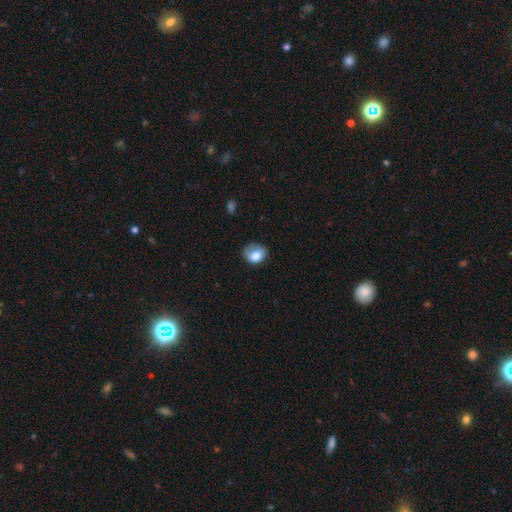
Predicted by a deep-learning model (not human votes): Overall: smooth (74%). How rounded: in between (52%; round 47%). Merging: none (49%; minor disturbance 33%).